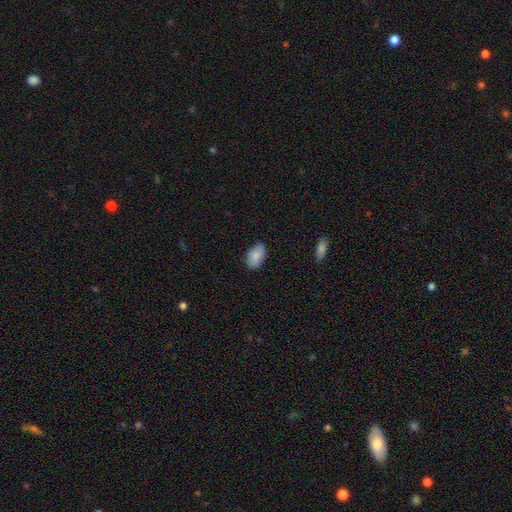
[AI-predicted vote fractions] smooth-or-featured: smooth: 85% | featured or disk: 8% | star or artifact: 7%
  how-rounded: in between: 92% | round: 6% | cigar-shaped: 2%
  merging: none: 80% | minor disturbance: 17% | major disturbance: 3% | merger: 1%